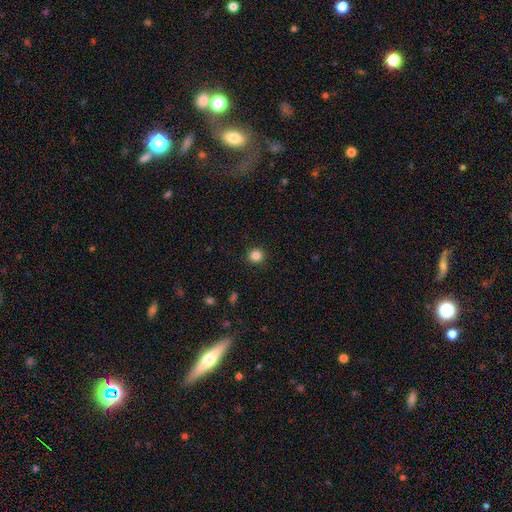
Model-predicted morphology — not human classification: Smooth or featured? Predicted: smooth (p=0.84). How rounded? Predicted: round (p=0.92). Merging? Predicted: none (p=0.92).